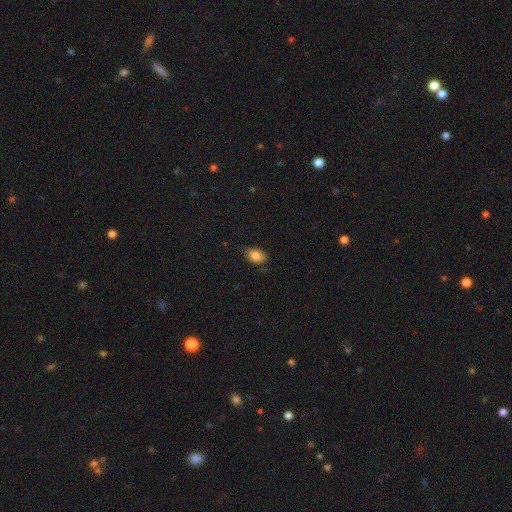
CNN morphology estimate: A smooth galaxy with no disk features (84%) that is in between round and cigar-shaped (85%). Merging: none (70%).